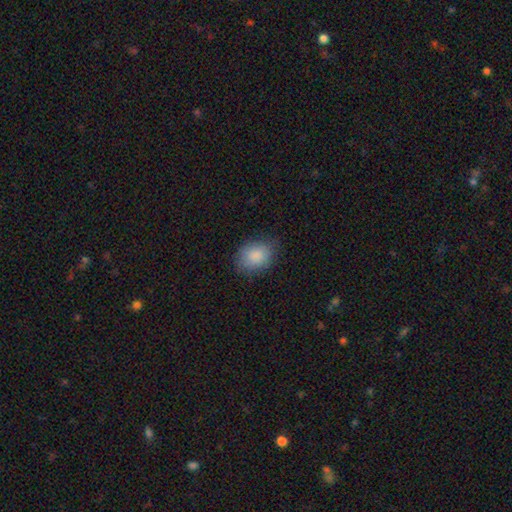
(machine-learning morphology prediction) Smooth or featured: smooth — 87% (star or artifact — 7%)
How rounded: in between — 67% (round — 32%)
Merging: none — 77% (minor disturbance — 18%)